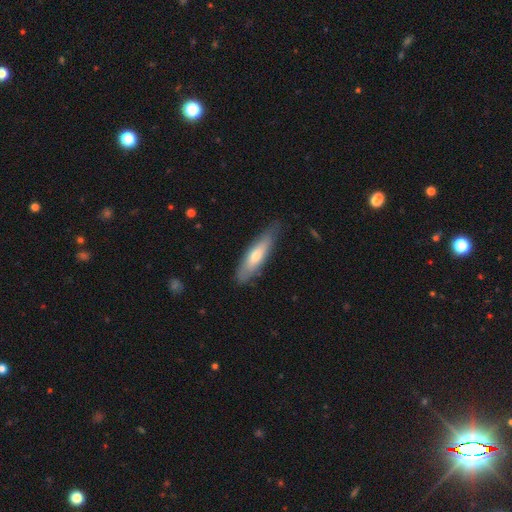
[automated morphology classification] type=smooth (57%); roundness=cigar-shaped (69%); merging=none (76%).